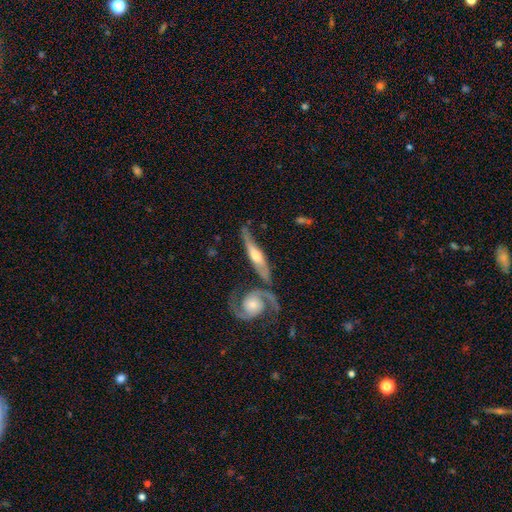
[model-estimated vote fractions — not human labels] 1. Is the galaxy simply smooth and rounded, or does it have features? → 79% featured or disk, 16% smooth, 4% star or artifact.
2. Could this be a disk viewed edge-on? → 59% yes, 41% no.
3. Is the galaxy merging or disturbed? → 55% none, 24% merger, 15% minor disturbance, 6% major disturbance.